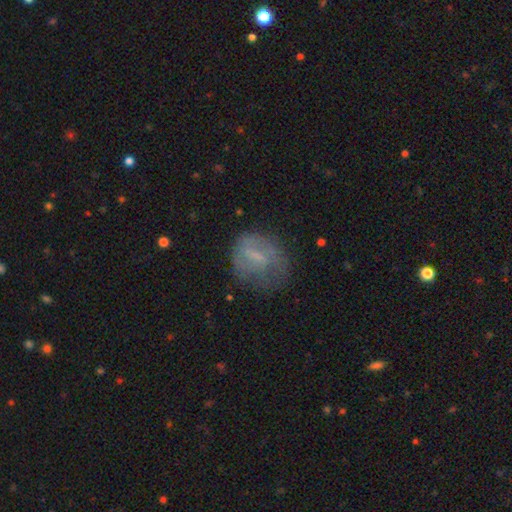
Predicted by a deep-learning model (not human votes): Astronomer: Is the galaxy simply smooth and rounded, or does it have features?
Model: smooth — 47% (runner-up: featured or disk, 42%).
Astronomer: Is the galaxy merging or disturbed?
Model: none — 49% (runner-up: minor disturbance, 27%).